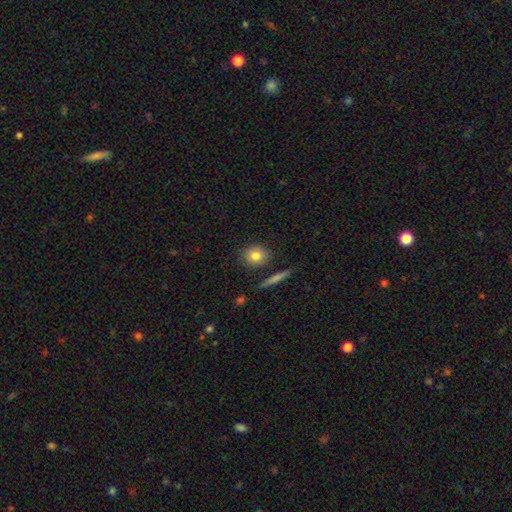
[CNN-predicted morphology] smooth-or-featured: smooth: 81% | featured or disk: 11% | star or artifact: 9%
  how-rounded: round: 74% | in between: 23% | cigar-shaped: 3%
  merging: none: 83% | minor disturbance: 9% | merger: 5% | major disturbance: 3%